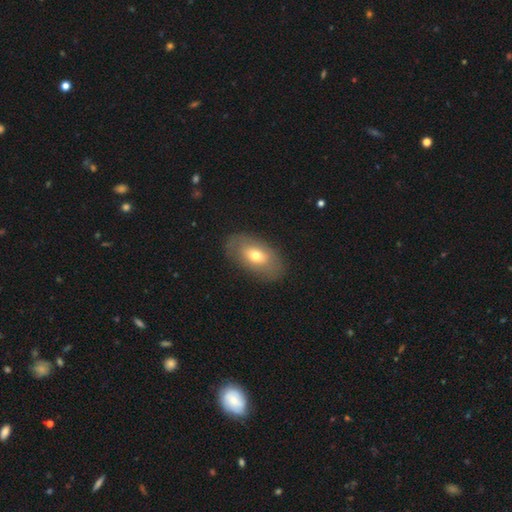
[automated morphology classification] A smooth galaxy with no disk features (62%) that is in between round and cigar-shaped (91%). Merging: none (83%).